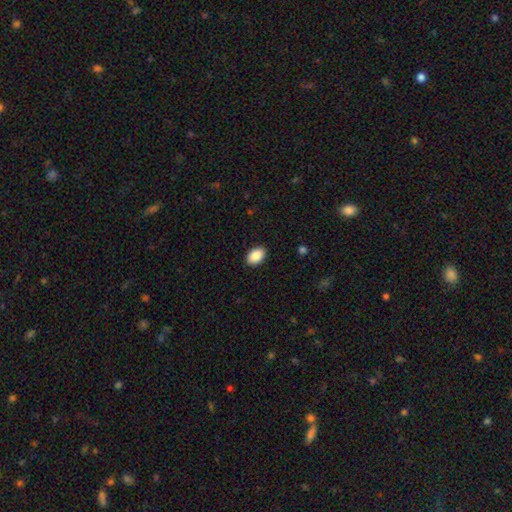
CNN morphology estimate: This appears to be a smooth galaxy with no disk features (89%) that is in between round and cigar-shaped (88%). Merging: none (90%).